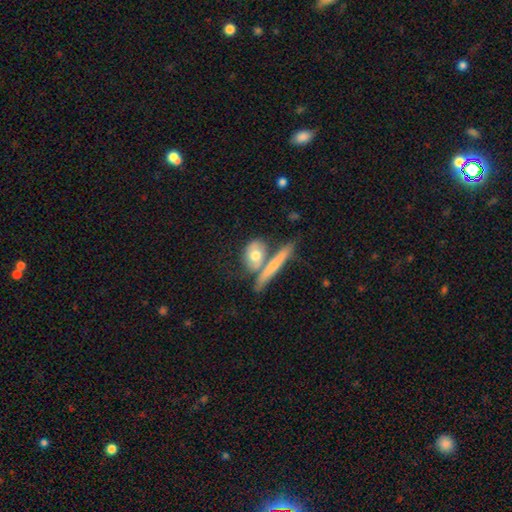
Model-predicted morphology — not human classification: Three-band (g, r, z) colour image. It shows a smooth galaxy with no disk features (58%) that is in between round and cigar-shaped (41%). Merging: none (43%).